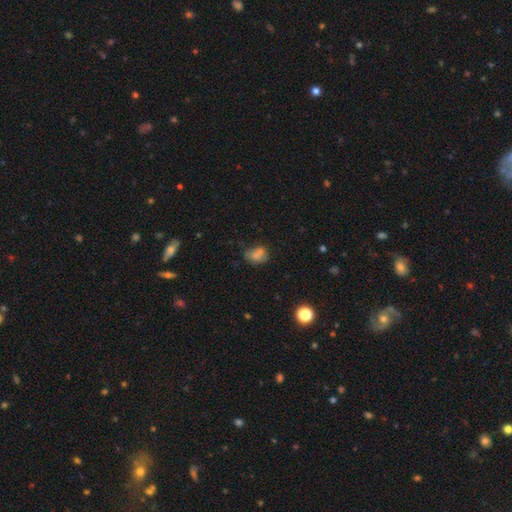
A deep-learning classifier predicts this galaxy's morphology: This is likely a smooth galaxy (66%). How rounded: likely in between (62%). Merging: possibly none (51%).